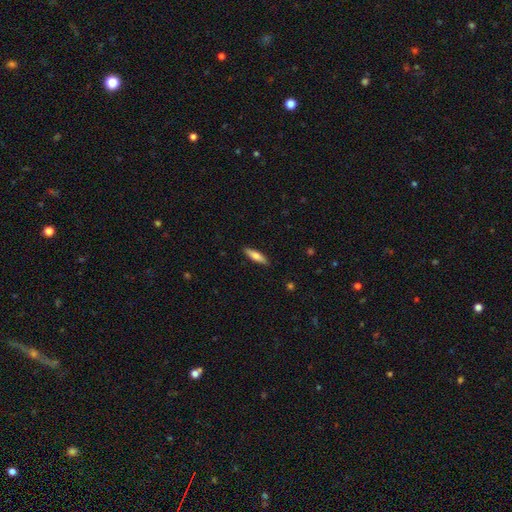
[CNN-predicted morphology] The model was most divided on "smooth or featured": smooth: 66%, featured or disk: 29%, star or artifact: 6%. More confident: merging — none (89%); how rounded — cigar-shaped (70%).